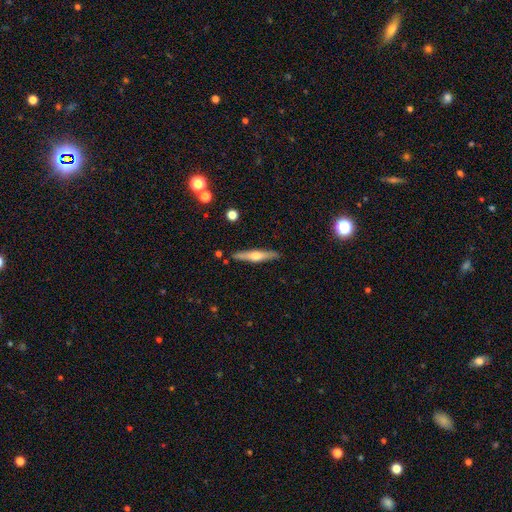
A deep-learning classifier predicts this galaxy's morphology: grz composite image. It shows a featured or disk galaxy (56%) viewed edge-on (95%) with a rounded central bulge (89%). Merging: none (88%).